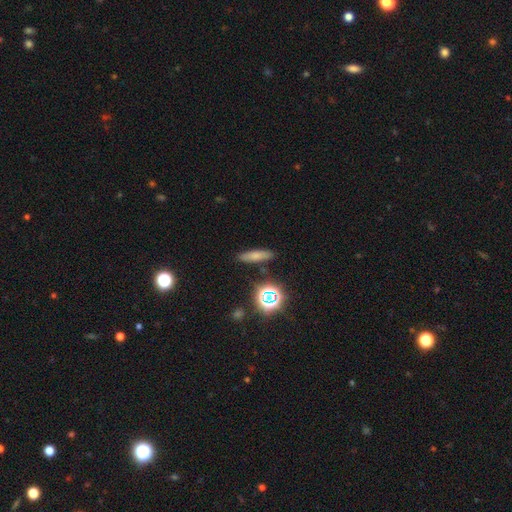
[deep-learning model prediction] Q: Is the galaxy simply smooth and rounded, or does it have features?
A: smooth — 68%.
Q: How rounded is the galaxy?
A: cigar-shaped — 68%.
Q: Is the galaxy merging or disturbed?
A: none — 86%.